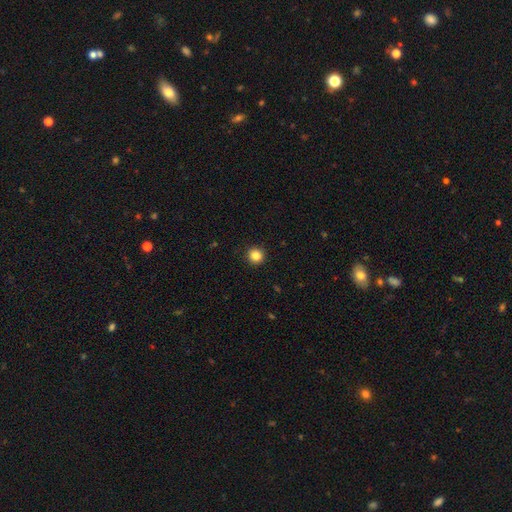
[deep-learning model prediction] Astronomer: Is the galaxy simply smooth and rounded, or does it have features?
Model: smooth — 84%.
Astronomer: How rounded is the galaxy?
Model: round — 95%.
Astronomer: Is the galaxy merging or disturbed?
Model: none — 93%.